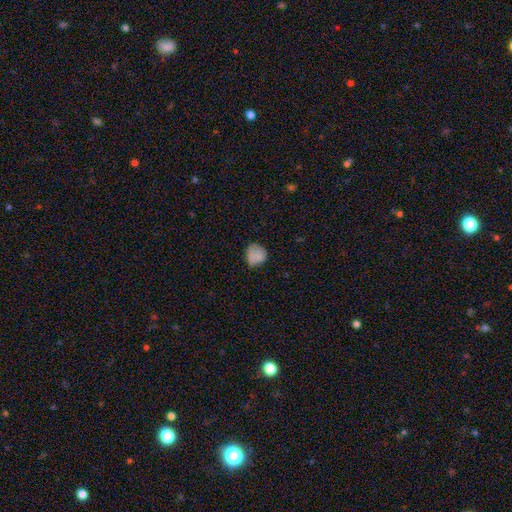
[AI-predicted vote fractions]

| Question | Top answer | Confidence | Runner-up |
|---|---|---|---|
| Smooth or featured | smooth | 78% | featured or disk (11%) |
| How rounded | round | 71% | in between (28%) |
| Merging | none | 54% | minor disturbance (34%) |